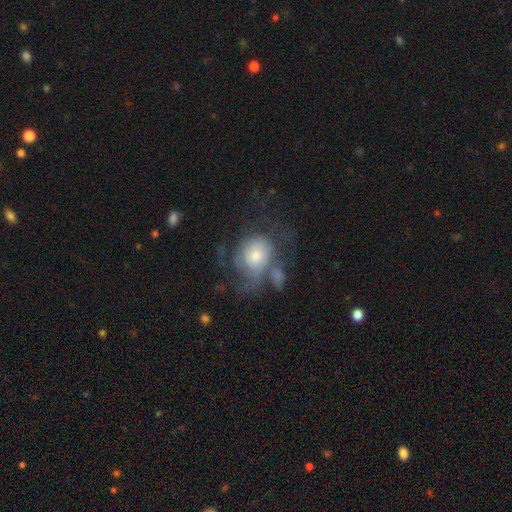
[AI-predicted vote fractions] A featured or disk galaxy (56%) with no bar (78%), spiral arms (71%) and a moderate central bulge (54%).

Vote fractions:
- Smooth or featured? featured or disk: 56% / smooth: 35% / star or artifact: 9%
- Edge-on disk? no: 97% / yes: 3%
- Bar? no: 78% / weak: 19% / strong: 3%
- Spiral arms? yes: 71% / no: 29%
- Bulge size? moderate: 54% / small: 25% / large: 15% / none: 3% / dominant: 2%
- Merging? major disturbance: 33% (tied) / none: 33% (tied) / minor disturbance: 19% / merger: 15%